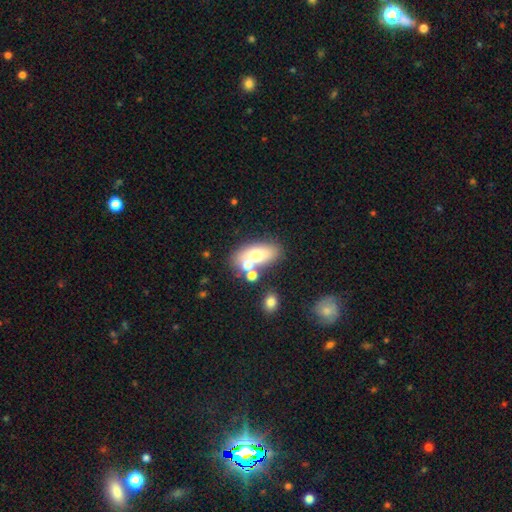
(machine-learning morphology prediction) Smooth or featured?
  - smooth: 63% *
  - featured or disk: 26%
  - star or artifact: 12%
How rounded?
  - in between: 81% *
  - round: 14%
  - cigar-shaped: 5%
Merging?
  - none: 53% *
  - merger: 29%
  - minor disturbance: 12%
  - major disturbance: 6%